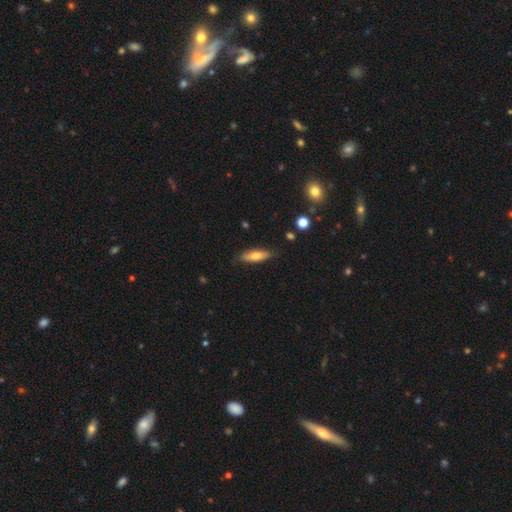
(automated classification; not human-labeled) Smooth or featured? smooth (71%)
How rounded? cigar-shaped (49%, tied with in between)
Merging? none (82%)